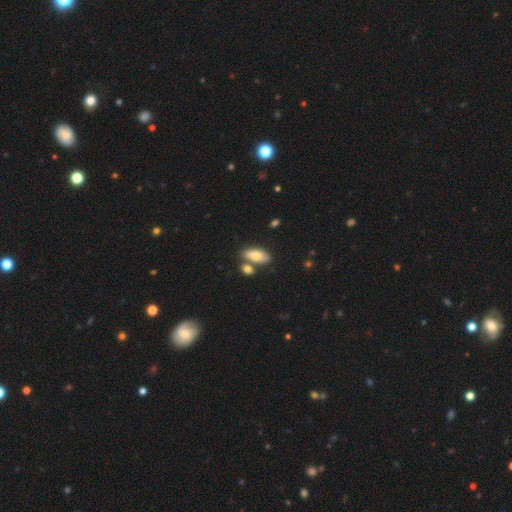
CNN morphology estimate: Overall: smooth (79%). How rounded: in between (87%). Merging: none (62%; merger 24%).